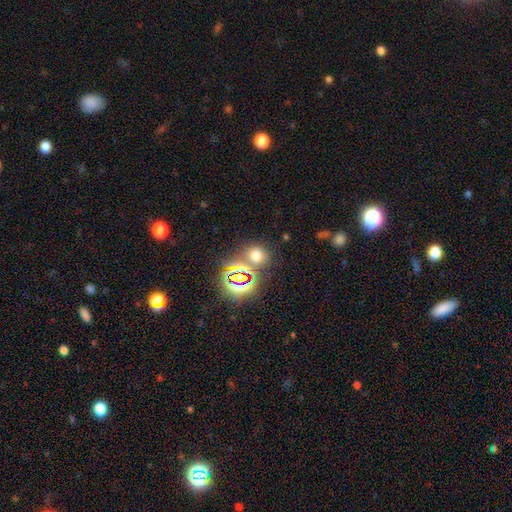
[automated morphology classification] smooth_or_featured: smooth (p=0.56) [alt: star or artifact p=0.36]
how_rounded: round (p=0.68) [alt: in between p=0.31]
merging: none (p=0.69) [alt: merger p=0.16]